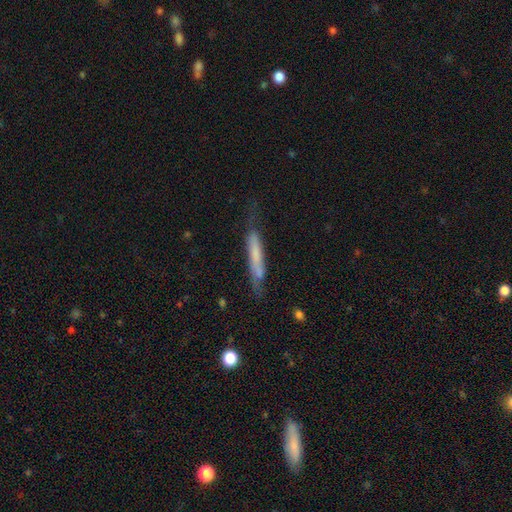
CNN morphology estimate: smooth_or_featured: smooth (p=0.54) [alt: featured or disk p=0.39]
how_rounded: cigar-shaped (p=0.92) [alt: in between p=0.06]
merging: none (p=0.55) [alt: minor disturbance p=0.28]